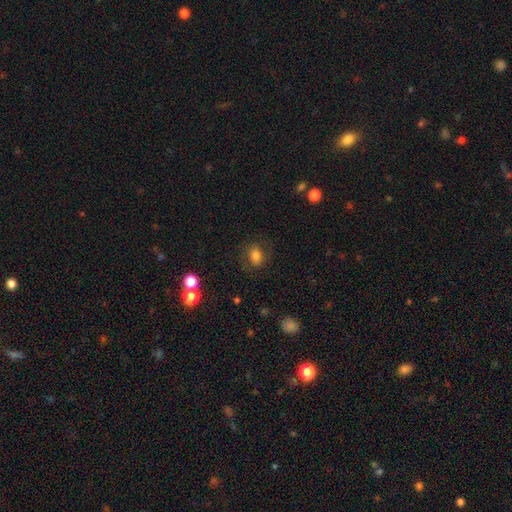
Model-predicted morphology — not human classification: smooth_or_featured: smooth (p=0.75) [alt: featured or disk p=0.13]
how_rounded: in between (p=0.63) [alt: round p=0.36]
merging: none (p=0.77) [alt: minor disturbance p=0.14]